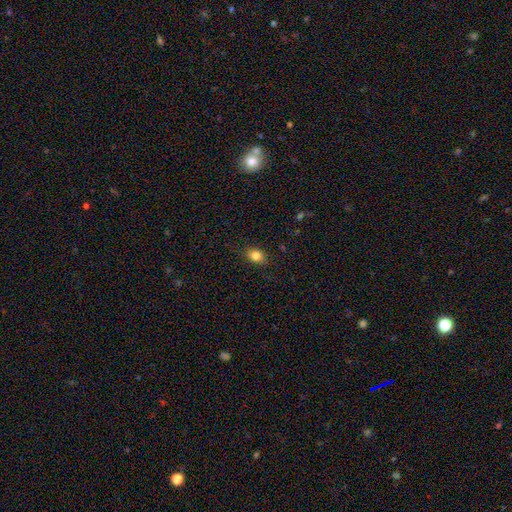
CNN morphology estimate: smooth-or-featured: smooth: 84% | star or artifact: 10% | featured or disk: 6%
  how-rounded: in between: 62% | round: 37% | cigar-shaped: 2%
  merging: none: 86% | minor disturbance: 11% | major disturbance: 2% | merger: 1%